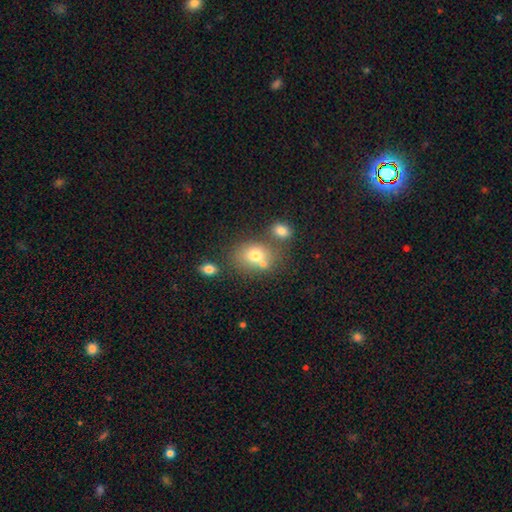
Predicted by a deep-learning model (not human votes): This appears to be a smooth galaxy with no disk features (73%) that is round (50%). Merging: none (48%).